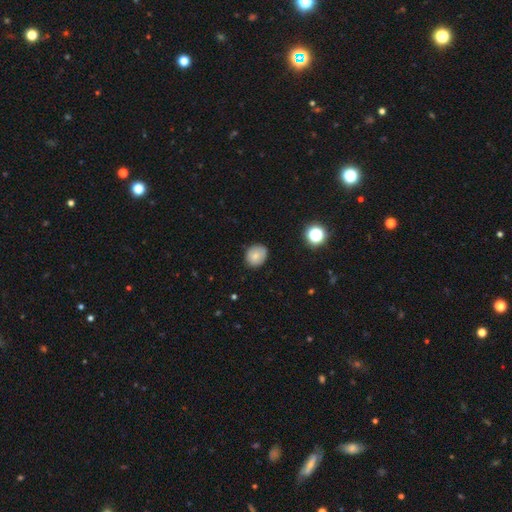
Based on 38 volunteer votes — A smooth galaxy with no disk features (79%) that is round (80%). Merging: none (89%).